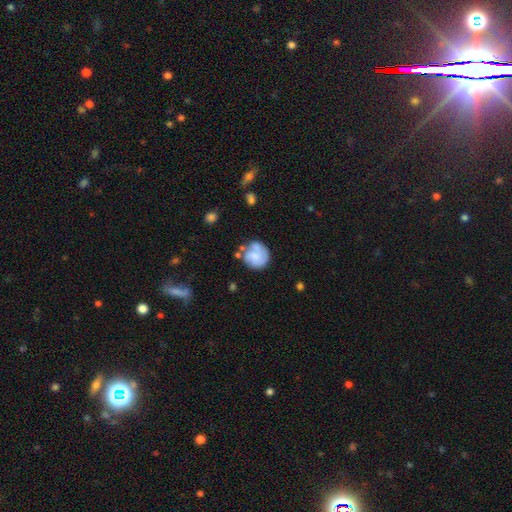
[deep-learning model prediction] A featured or disk galaxy (52%) with no bar (64%), spiral arms (76%) and a small central bulge (38%).

Vote fractions:
- Smooth or featured? featured or disk: 52% / smooth: 41% / star or artifact: 7%
- Edge-on disk? no: 98% / yes: 2%
- Bar? no: 64% / weak: 31% / strong: 5%
- Spiral arms? yes: 76% / no: 24%
- Bulge size? small: 38% / moderate: 33% / none: 22% / large: 5% / dominant: 2%
- Merging? none: 55% / minor disturbance: 23% / major disturbance: 11% / merger: 10%